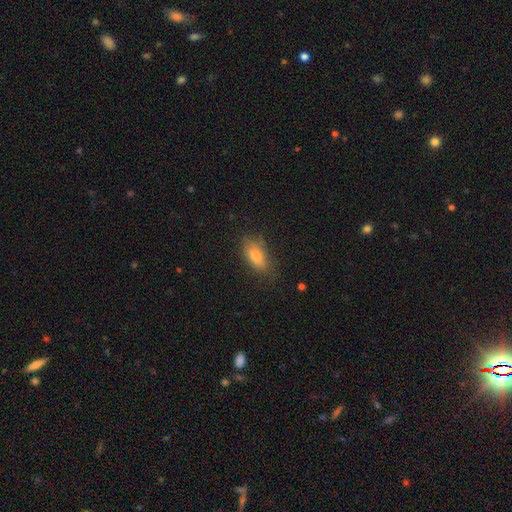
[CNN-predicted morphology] This appears to be a smooth galaxy with no disk features (78%) that is in between round and cigar-shaped (83%). Merging: none (71%).